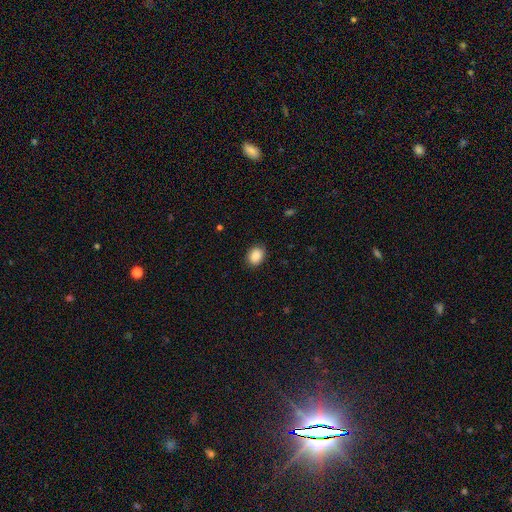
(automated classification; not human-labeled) A smooth galaxy with no disk features (88%) that is in between round and cigar-shaped (59%).

Vote fractions:
- Smooth or featured? smooth: 88% / star or artifact: 8% / featured or disk: 4%
- How rounded? in between: 59% / round: 40% / cigar-shaped: 1%
- Merging? none: 86% / minor disturbance: 10% / major disturbance: 2% / merger: 1%